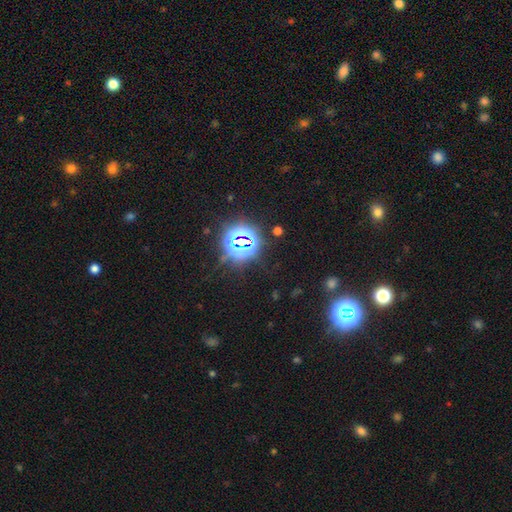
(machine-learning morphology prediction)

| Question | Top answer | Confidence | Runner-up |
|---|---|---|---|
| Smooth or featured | star or artifact | 78% | smooth (15%) |